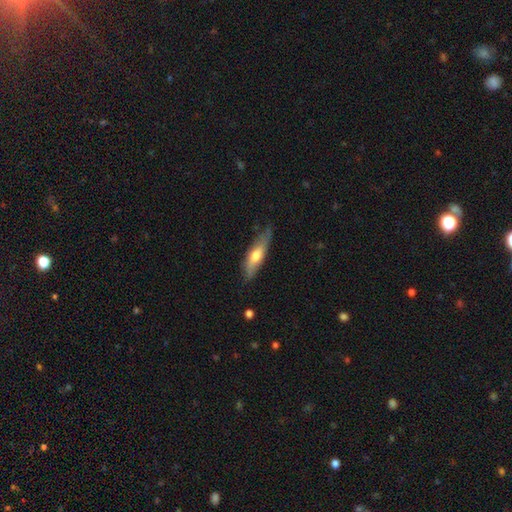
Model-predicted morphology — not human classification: A smooth galaxy with no disk features (56%) that is cigar-shaped (61%).

Vote fractions:
- Smooth or featured? smooth: 56% / featured or disk: 39% / star or artifact: 5%
- How rounded? cigar-shaped: 61% / in between: 37% / round: 2%
- Merging? none: 67% / minor disturbance: 26% / major disturbance: 5% / merger: 2%